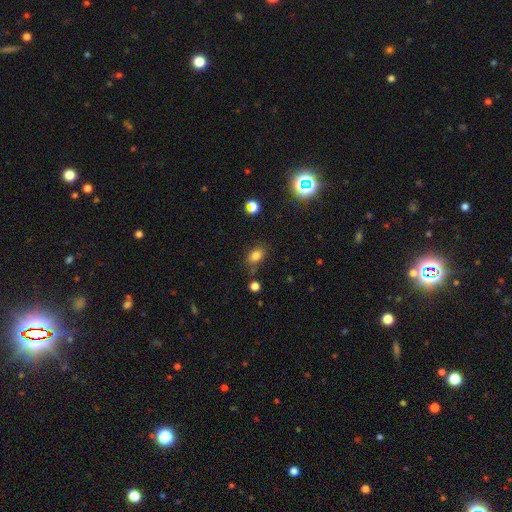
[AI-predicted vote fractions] This appears to be a smooth galaxy with no disk features (79%) that is in between round and cigar-shaped (79%). Merging: none (76%).